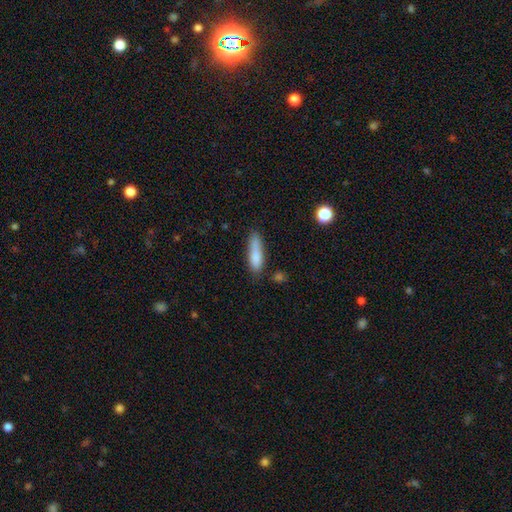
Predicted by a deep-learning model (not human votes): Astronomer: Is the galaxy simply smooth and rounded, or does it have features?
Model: smooth — 82%.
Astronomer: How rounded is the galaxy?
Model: cigar-shaped — 66%.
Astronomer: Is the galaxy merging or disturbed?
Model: none — 65%.